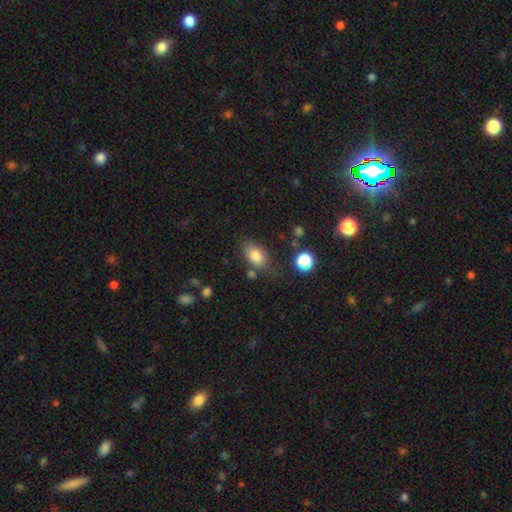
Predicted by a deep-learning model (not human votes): Morphology: type=smooth (81%); roundness=in between (85%); merging=none (68%).